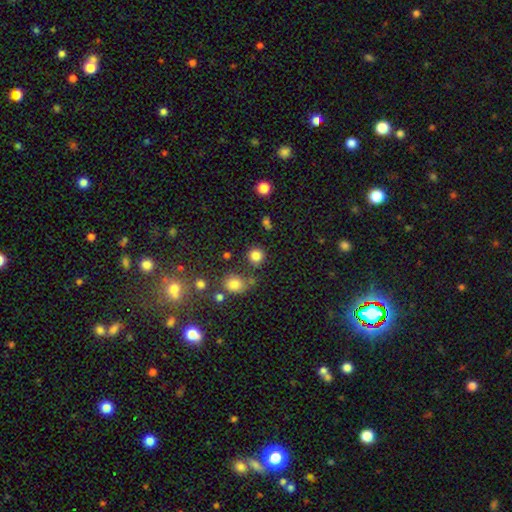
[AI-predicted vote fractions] Smooth or featured? Predicted: smooth (p=0.82). How rounded? Predicted: round (p=0.89). Merging? Predicted: none (p=0.78).